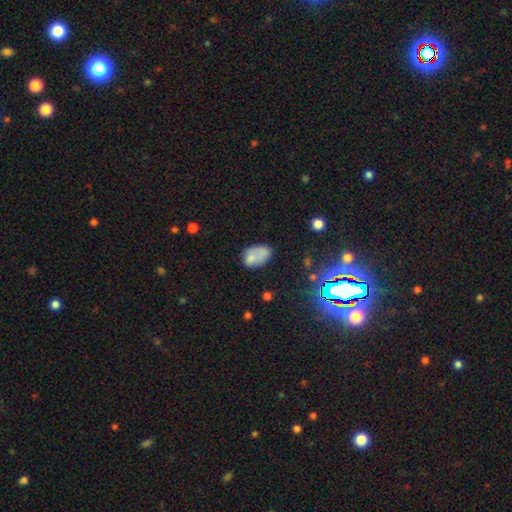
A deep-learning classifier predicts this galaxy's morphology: Overall: smooth (71%). How rounded: in between (90%). Merging: none (50%; minor disturbance 26%).